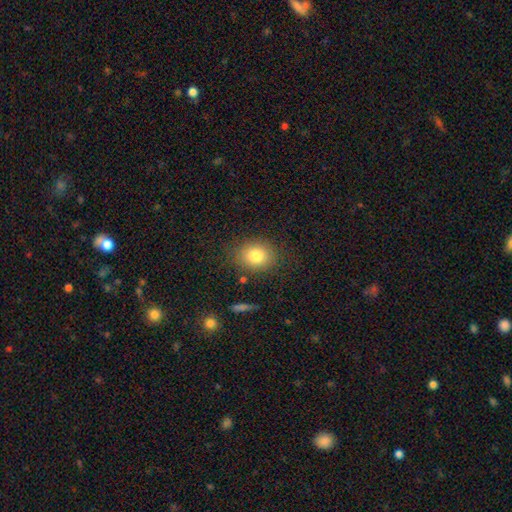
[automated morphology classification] smooth 81%, star or artifact 10%, featured or disk 9%. Down the decision tree: how rounded — round (59%); merging — none (82%).